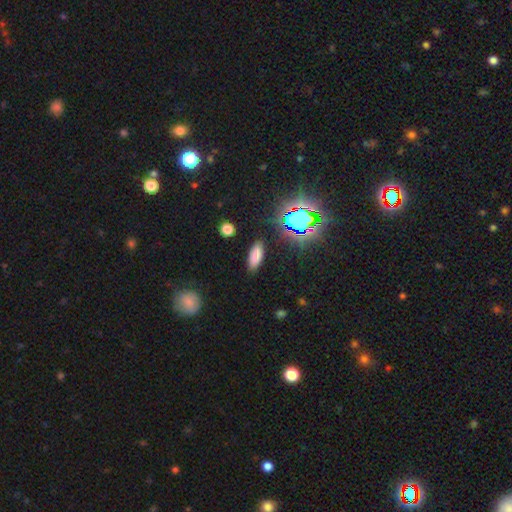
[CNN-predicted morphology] A smooth galaxy with no disk features (79%) that is in between round and cigar-shaped (72%).

Vote fractions:
- Smooth or featured? smooth: 79% / star or artifact: 15% / featured or disk: 7%
- How rounded? in between: 72% / cigar-shaped: 25% / round: 3%
- Merging? none: 87% / minor disturbance: 9% / major disturbance: 3% / merger: 2%